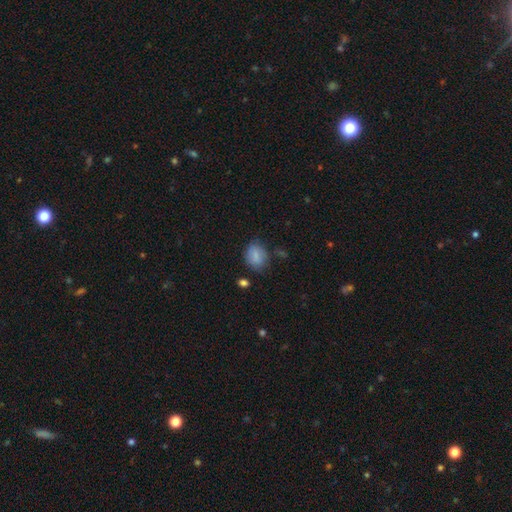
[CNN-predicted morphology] Smooth or featured: smooth — 80% (featured or disk — 11%)
How rounded: in between — 61% (round — 37%)
Merging: none — 69% (minor disturbance — 22%)